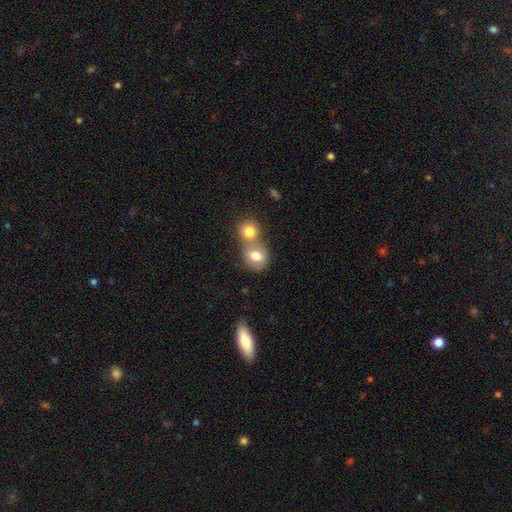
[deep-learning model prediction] Q: Smooth or featured?
A: smooth (77%); runner-up: featured or disk (14%)
Q: How rounded?
A: round (62%); runner-up: in between (37%)
Q: Merging?
A: merger (56%); runner-up: none (34%)